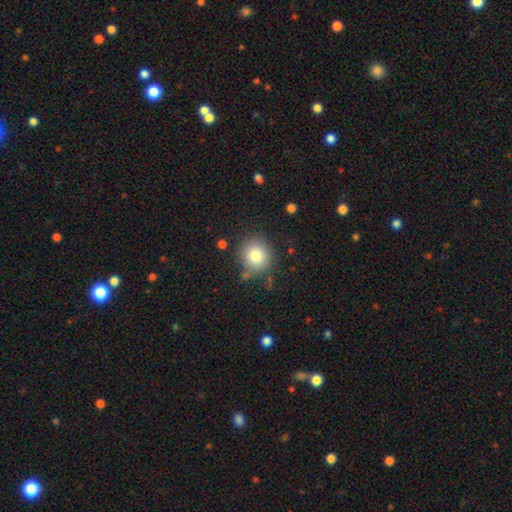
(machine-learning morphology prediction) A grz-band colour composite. It shows a smooth galaxy with no disk features (81%) that is round (91%). Merging: none (79%).